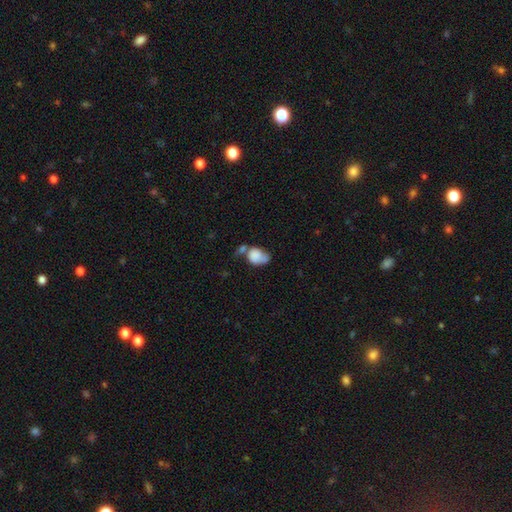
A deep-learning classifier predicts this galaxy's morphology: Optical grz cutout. It shows a smooth galaxy with no disk features (74%) that is in between round and cigar-shaped (62%). Merging: merger (37%).